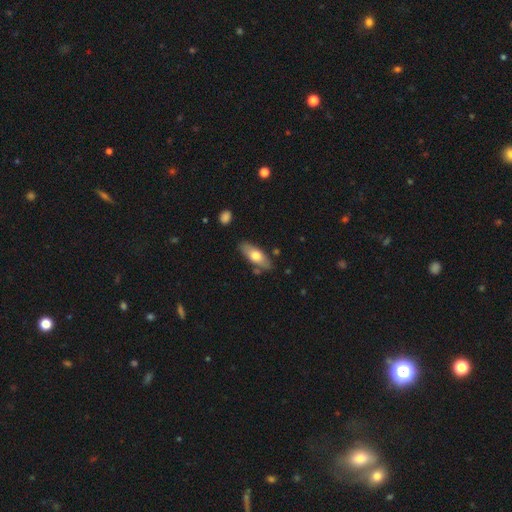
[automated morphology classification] Overall: smooth (64%; featured or disk 31%). How rounded: in between (76%). Merging: none (79%).